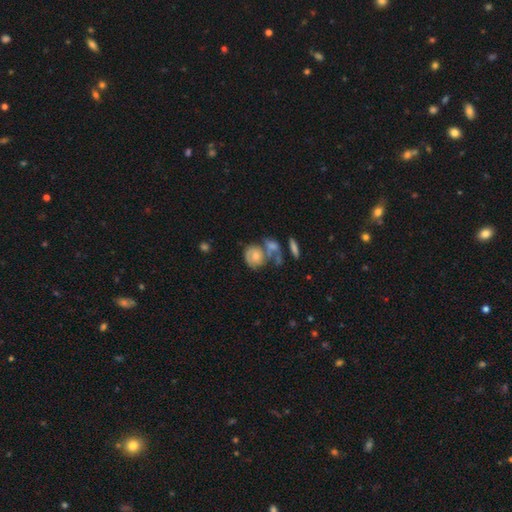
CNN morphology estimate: A smooth galaxy with no disk features (47%).

Vote fractions:
- Smooth or featured? smooth: 47% / featured or disk: 46% / star or artifact: 8%
- Merging? none: 37% / merger: 34% / minor disturbance: 17% / major disturbance: 11%